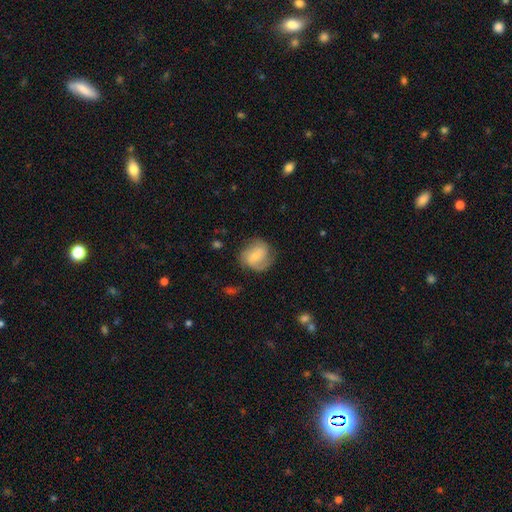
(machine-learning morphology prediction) Smooth or featured: featured or disk — 57% (smooth — 36%)
Edge-on disk: no — 97% (yes — 3%)
Bar: weak — 48% (no — 36%)
Spiral arms: yes — 87% (no — 13%)
Bulge size: small — 55% (moderate — 37%)
Merging: none — 66% (minor disturbance — 21%)